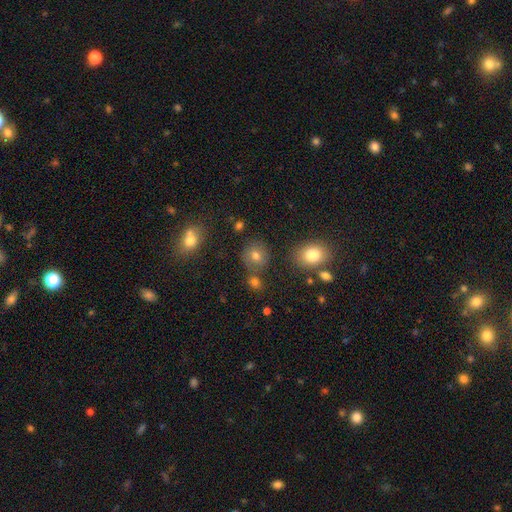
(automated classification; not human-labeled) Smooth or featured: smooth — 62% (star or artifact — 25%)
How rounded: round — 77% (in between — 22%)
Merging: none — 75% (minor disturbance — 11%)